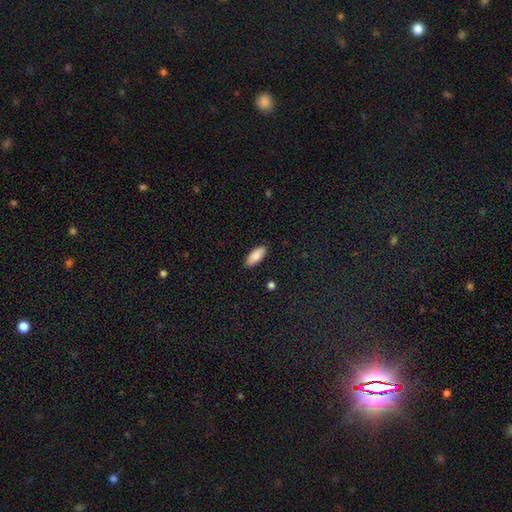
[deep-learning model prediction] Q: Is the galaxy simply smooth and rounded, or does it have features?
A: smooth — 86%.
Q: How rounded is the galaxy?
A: in between — 82%.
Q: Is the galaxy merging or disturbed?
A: none — 89%.